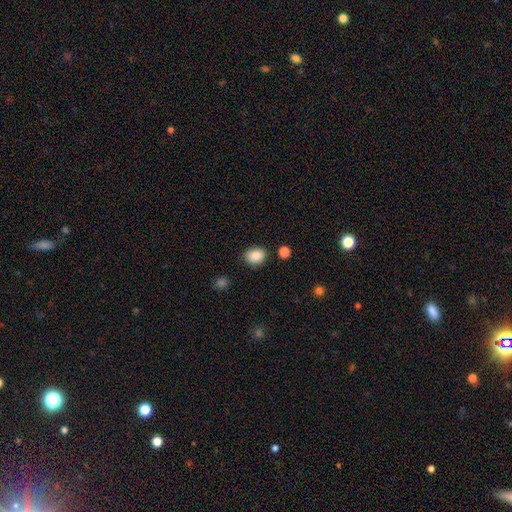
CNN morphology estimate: A smooth galaxy with no disk features (88%) that is in between round and cigar-shaped (52%). Merging: none (84%).